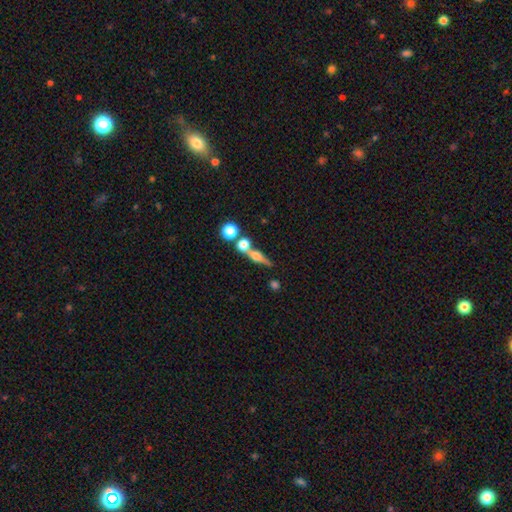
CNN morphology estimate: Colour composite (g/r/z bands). It shows a featured or disk galaxy (60%) viewed edge-on (90%) with a rounded central bulge (93%). Merging: none (60%).